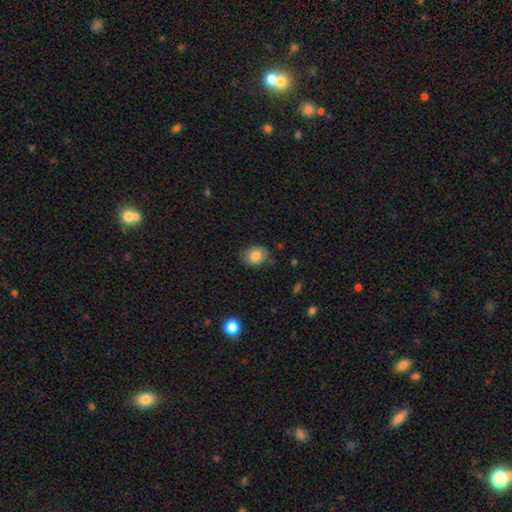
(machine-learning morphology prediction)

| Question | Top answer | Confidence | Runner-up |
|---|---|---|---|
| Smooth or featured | smooth | 82% | featured or disk (10%) |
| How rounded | in between | 61% | round (38%) |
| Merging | none | 73% | minor disturbance (21%) |